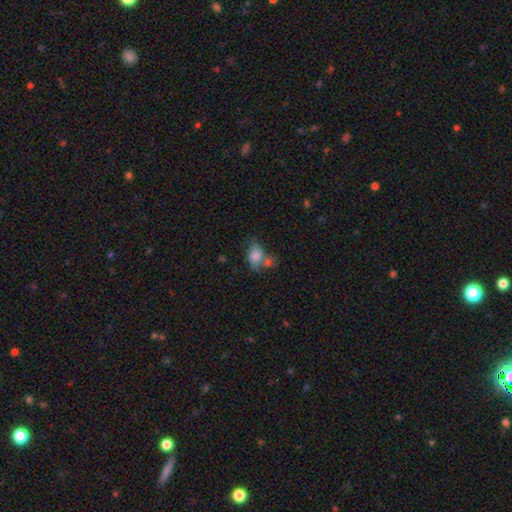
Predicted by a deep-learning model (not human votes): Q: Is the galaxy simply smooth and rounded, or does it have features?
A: smooth — 72%.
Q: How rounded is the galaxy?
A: in between — 74%.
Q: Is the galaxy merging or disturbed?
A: merger — 38%.